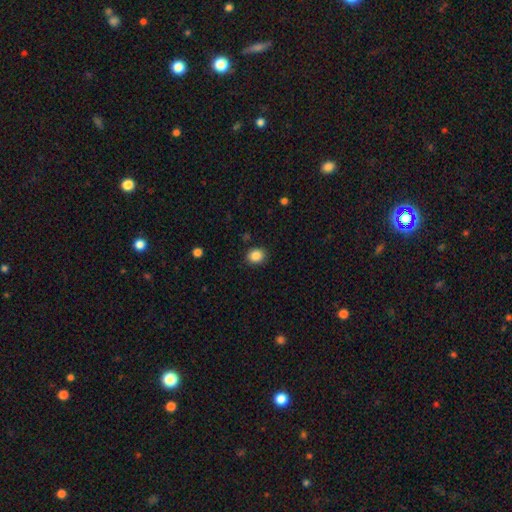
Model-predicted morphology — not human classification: smooth-or-featured: smooth: 87% | star or artifact: 10% | featured or disk: 4%
  how-rounded: round: 68% | in between: 31% | cigar-shaped: 1%
  merging: none: 88% | minor disturbance: 8% | major disturbance: 2% | merger: 1%